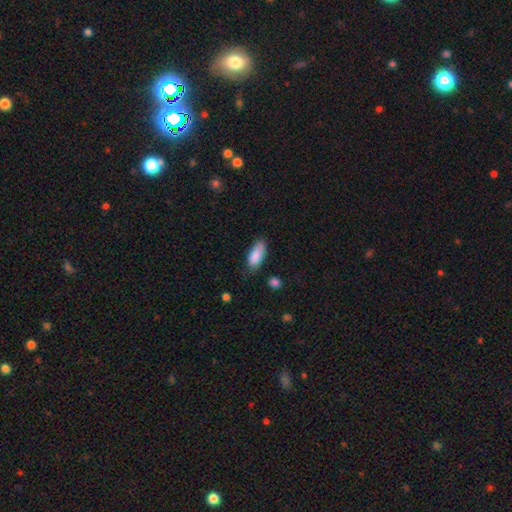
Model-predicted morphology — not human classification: Smooth or featured? smooth (86%)
How rounded? in between (82%)
Merging? none (65%)